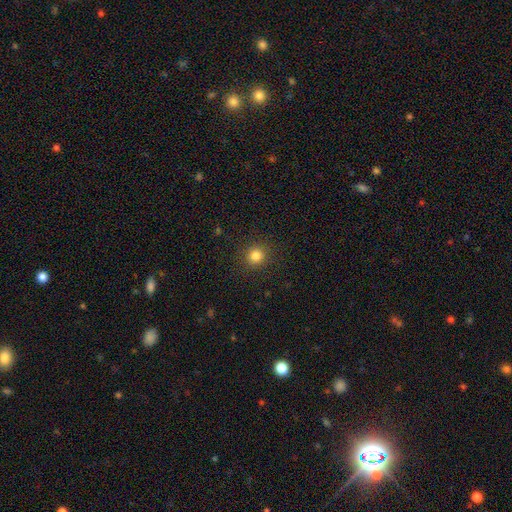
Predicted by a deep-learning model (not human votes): A smooth galaxy with no disk features (83%) that is round (91%). Merging: none (91%).